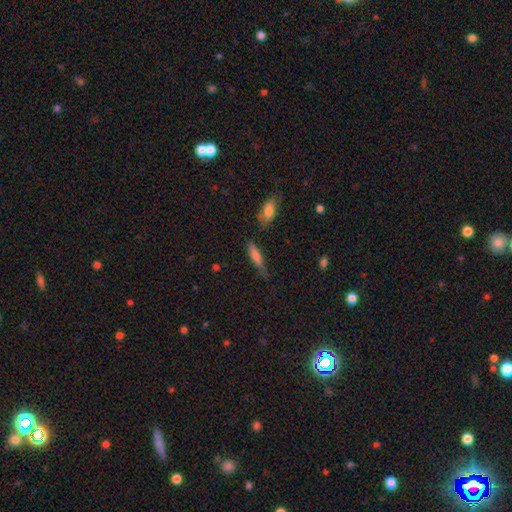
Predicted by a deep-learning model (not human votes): smooth-or-featured: smooth: 73% | featured or disk: 19% | star or artifact: 8%
  how-rounded: cigar-shaped: 76% | in between: 21% | round: 2%
  merging: none: 66% | minor disturbance: 23% | major disturbance: 6% | merger: 4%